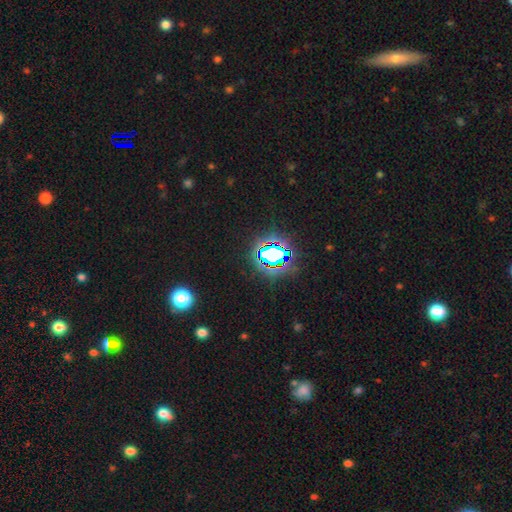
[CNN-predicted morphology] Smooth or featured?
  - star or artifact: 78% *
  - smooth: 15%
  - featured or disk: 7%